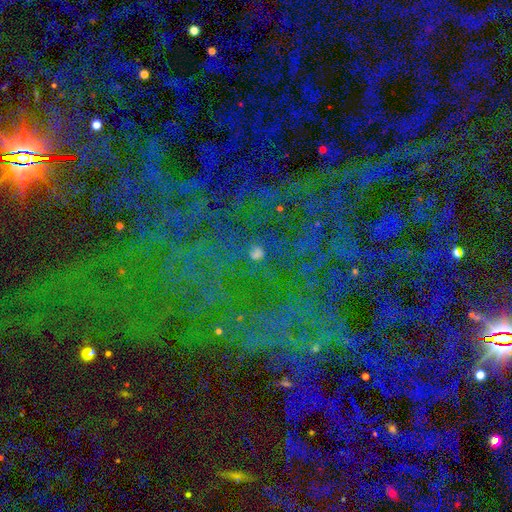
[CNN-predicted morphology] Smooth or featured: star or artifact — 79% (smooth — 12%)